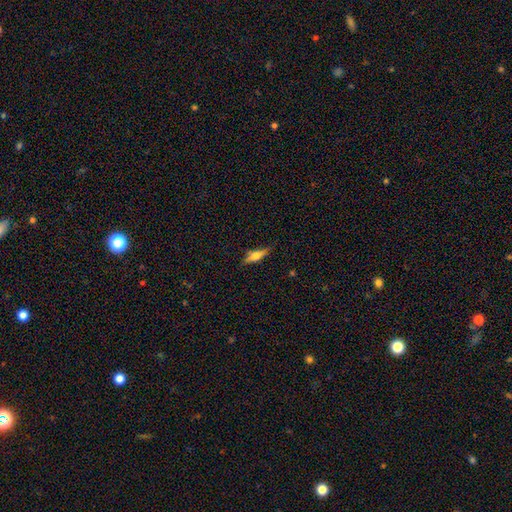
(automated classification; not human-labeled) Smooth or featured? featured or disk (50%)
Merging? none (81%)